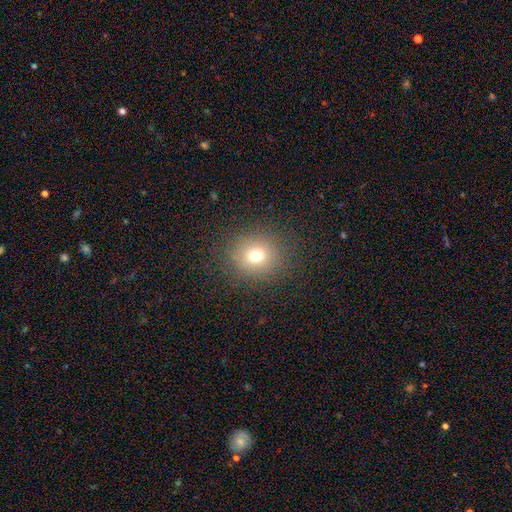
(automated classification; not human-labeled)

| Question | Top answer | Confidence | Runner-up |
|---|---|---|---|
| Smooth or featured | smooth | 71% | star or artifact (18%) |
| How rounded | round | 83% | in between (16%) |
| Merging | none | 86% | minor disturbance (8%) |